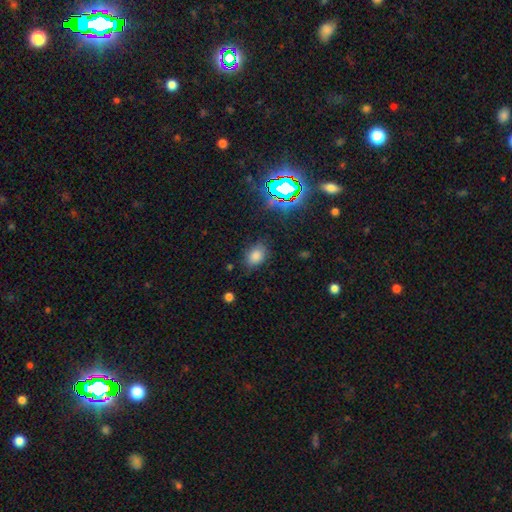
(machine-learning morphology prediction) Overall: smooth (76%). How rounded: in between (73%). Merging: none (78%).